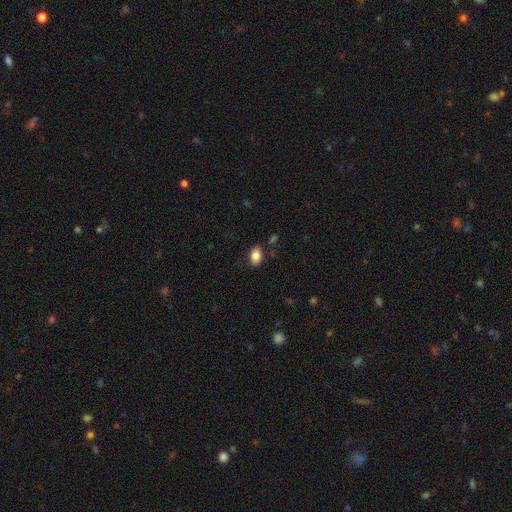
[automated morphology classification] The model was most divided on "merging": none: 82%, minor disturbance: 12%, major disturbance: 3%, merger: 3%. More confident: how rounded — in between (90%); smooth or featured — smooth (86%).